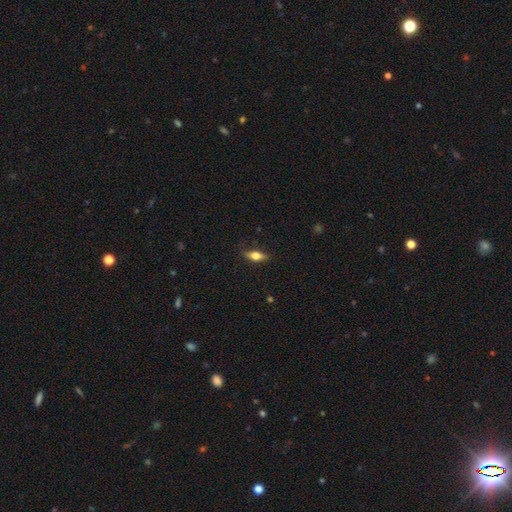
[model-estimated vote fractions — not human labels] This is likely a smooth galaxy (64%). How rounded: likely in between (70%). Merging: likely none (78%).